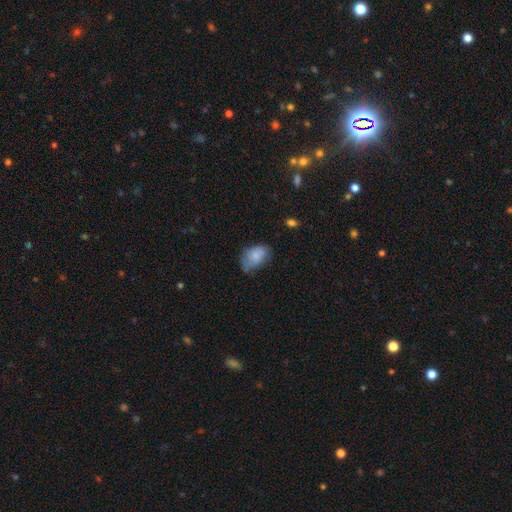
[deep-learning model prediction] smooth 75%, featured or disk 18%, star or artifact 7%. Down the decision tree: how rounded — in between (85%); merging — none (53%).